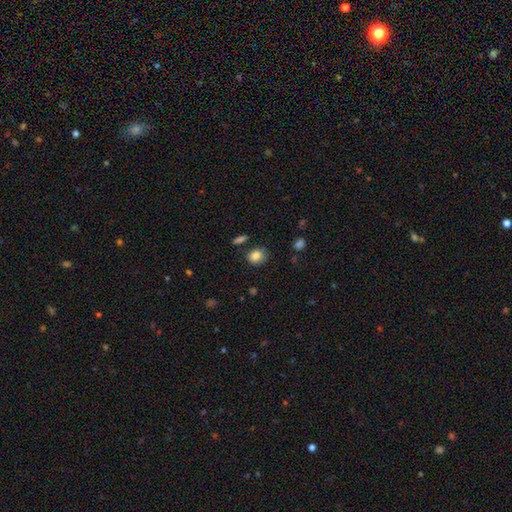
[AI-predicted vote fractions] Smooth or featured: smooth — 84% (star or artifact — 10%)
How rounded: round — 63% (in between — 36%)
Merging: none — 75% (minor disturbance — 17%)